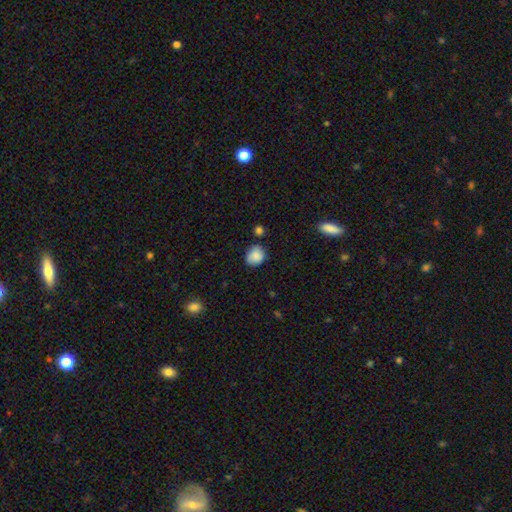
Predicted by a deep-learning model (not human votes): smooth_or_featured: smooth (p=0.86) [alt: star or artifact p=0.08]
how_rounded: round (p=0.68) [alt: in between p=0.31]
merging: none (p=0.69) [alt: minor disturbance p=0.21]